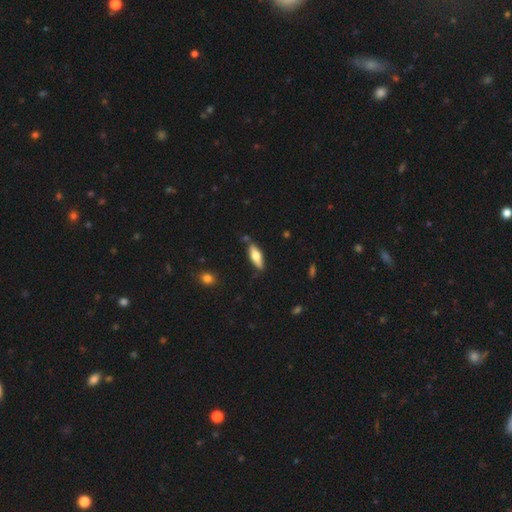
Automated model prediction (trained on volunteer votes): smooth_or_featured: smooth (p=0.60) [alt: featured or disk p=0.34]
how_rounded: in between (p=0.56) [alt: cigar-shaped p=0.42]
merging: none (p=0.80) [alt: minor disturbance p=0.14]